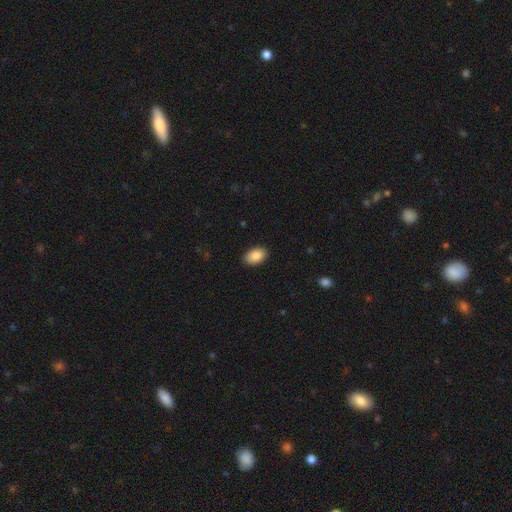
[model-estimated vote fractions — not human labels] Overall: smooth (87%). How rounded: in between (91%). Merging: none (89%).